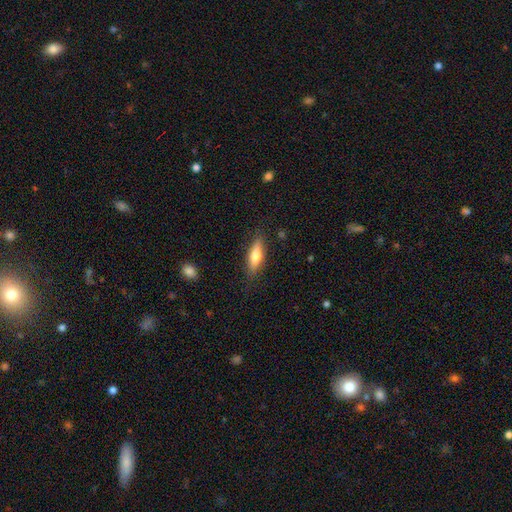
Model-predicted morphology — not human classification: Q: Smooth or featured?
A: smooth (67%); runner-up: featured or disk (27%)
Q: How rounded?
A: cigar-shaped (52%); runner-up: in between (45%)
Q: Merging?
A: none (84%); runner-up: minor disturbance (12%)